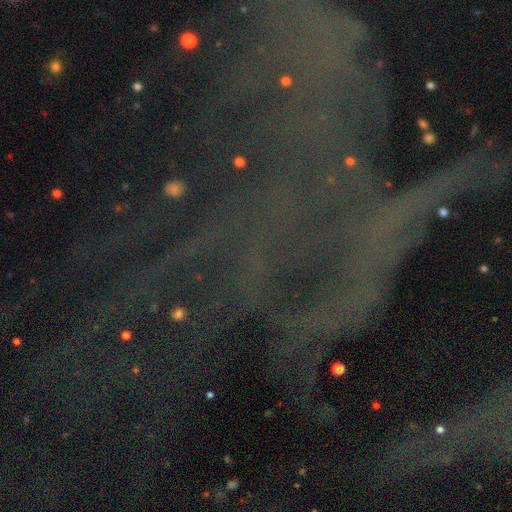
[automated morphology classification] smooth_or_featured: star or artifact (p=0.82) [alt: featured or disk p=0.10]